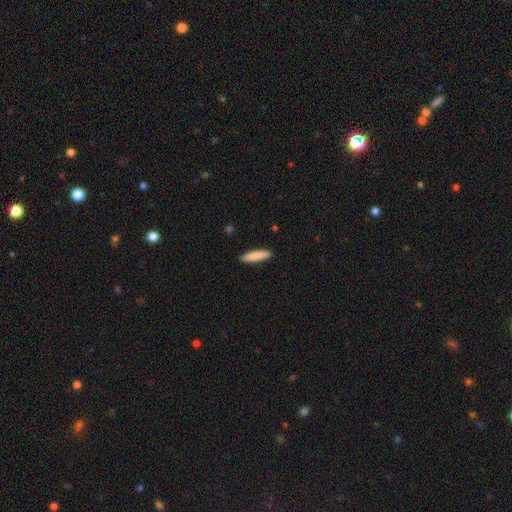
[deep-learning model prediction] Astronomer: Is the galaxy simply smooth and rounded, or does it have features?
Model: smooth — 84%.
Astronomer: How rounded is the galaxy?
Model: cigar-shaped — 80%.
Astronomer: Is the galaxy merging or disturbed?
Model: none — 90%.